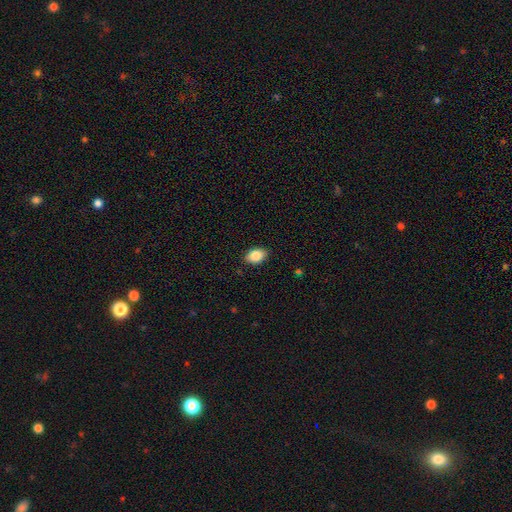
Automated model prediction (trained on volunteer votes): Smooth or featured: smooth — 87% (star or artifact — 8%)
How rounded: in between — 86% (round — 13%)
Merging: none — 87% (minor disturbance — 10%)